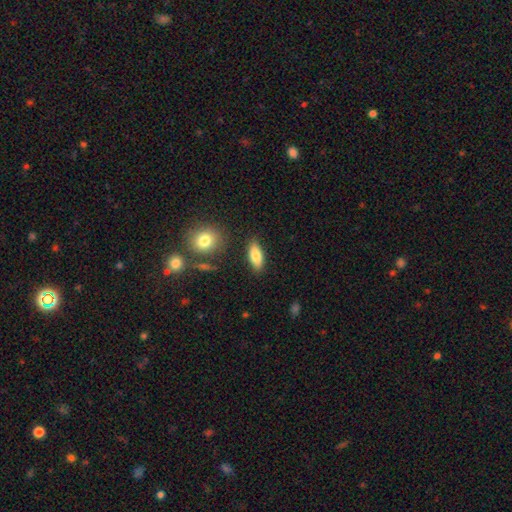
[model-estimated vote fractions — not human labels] Smooth or featured? Predicted: smooth (p=0.82). How rounded? Predicted: in between (p=0.78). Merging? Predicted: none (p=0.84).